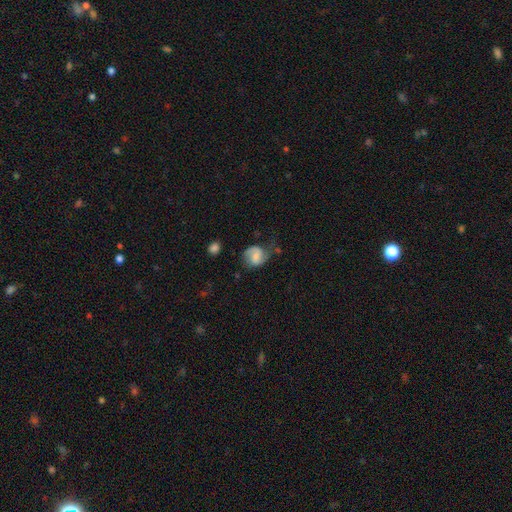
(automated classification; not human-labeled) Smooth or featured? Predicted: featured or disk (p=0.55). Edge-on disk? Predicted: no (p=0.97). Bar? Predicted: weak (p=0.46). Spiral arms? Predicted: yes (p=0.89). Bulge size? Predicted: none (p=0.31). Merging? Predicted: none (p=0.53).